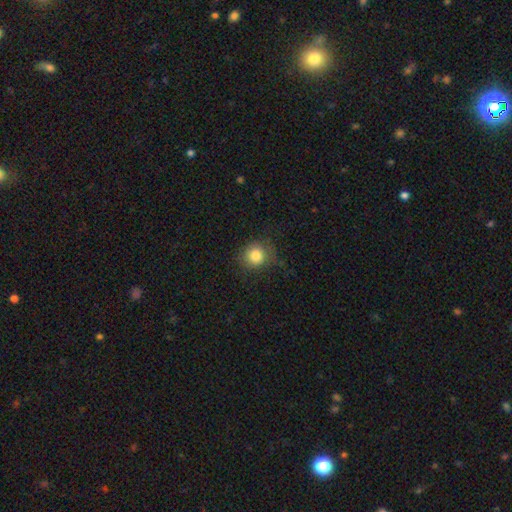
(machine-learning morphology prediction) The model was most divided on "merging": none: 73%, minor disturbance: 19%, major disturbance: 7%, merger: 1%. More confident: how rounded — round (86%); smooth or featured — smooth (83%).